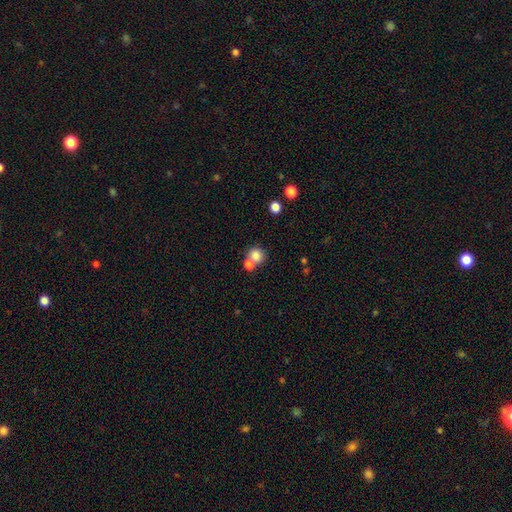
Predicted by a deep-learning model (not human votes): Smooth or featured? Predicted: smooth (p=0.80). How rounded? Predicted: round (p=0.80). Merging? Predicted: none (p=0.47).